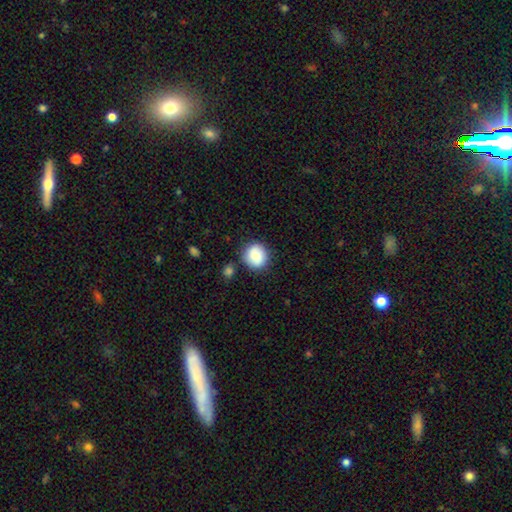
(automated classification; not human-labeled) The model was most divided on "merging": none: 79%, minor disturbance: 13%, merger: 5%, major disturbance: 3%. More confident: how rounded — round (86%); smooth or featured — smooth (83%).